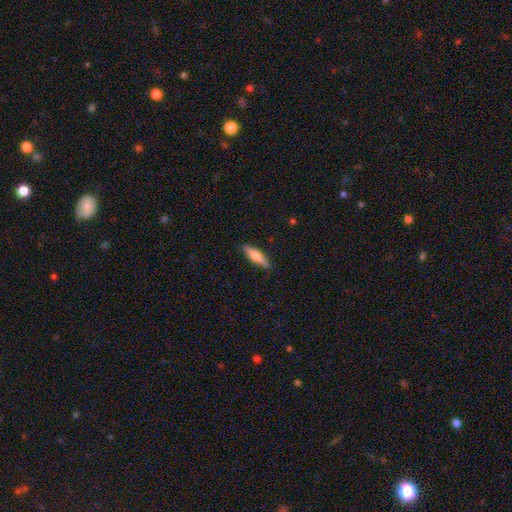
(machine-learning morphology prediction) This is likely a smooth galaxy (65%). How rounded: likely cigar-shaped (73%). Merging: clearly none (87%).